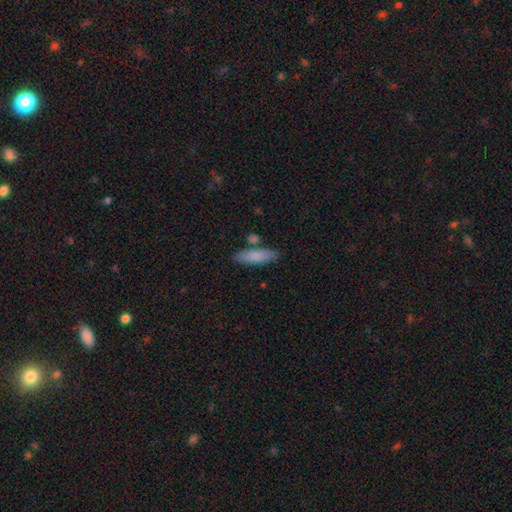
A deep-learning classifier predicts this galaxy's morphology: Smooth or featured? smooth (84%)
How rounded? cigar-shaped (55%)
Merging? none (77%)